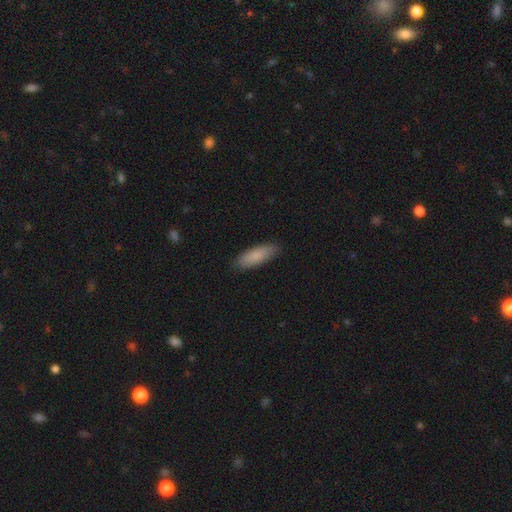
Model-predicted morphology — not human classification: Smooth or featured: smooth — 86% (featured or disk — 9%)
How rounded: in between — 60% (cigar-shaped — 38%)
Merging: none — 87% (minor disturbance — 10%)